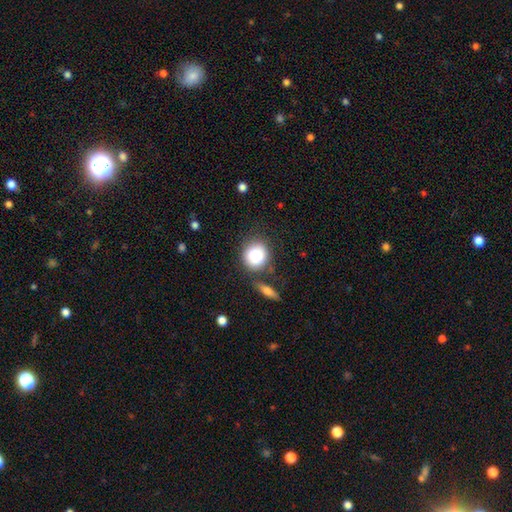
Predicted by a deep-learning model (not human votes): Overall: smooth (82%). How rounded: round (84%). Merging: none (74%).